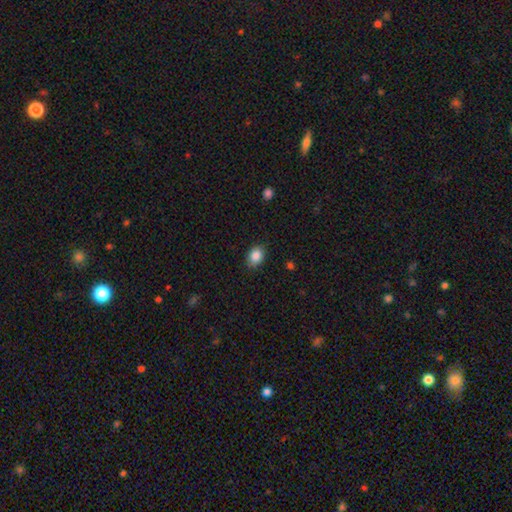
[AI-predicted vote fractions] This appears to be a smooth galaxy with no disk features (86%) that is in between round and cigar-shaped (68%). Merging: none (85%).